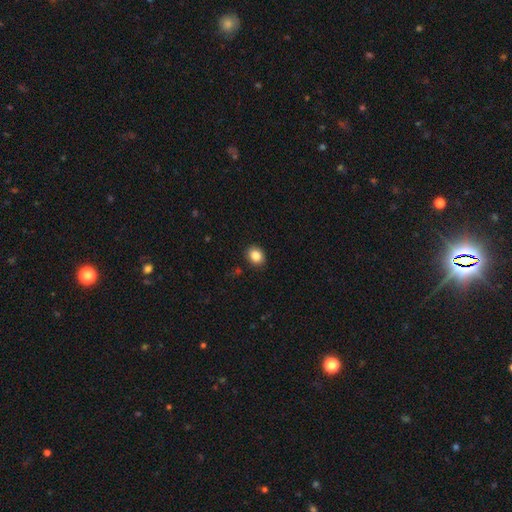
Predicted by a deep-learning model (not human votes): The model was most divided on "how rounded": round: 53%, in between: 46%, cigar-shaped: 1%. More confident: merging — none (90%); smooth or featured — smooth (85%).